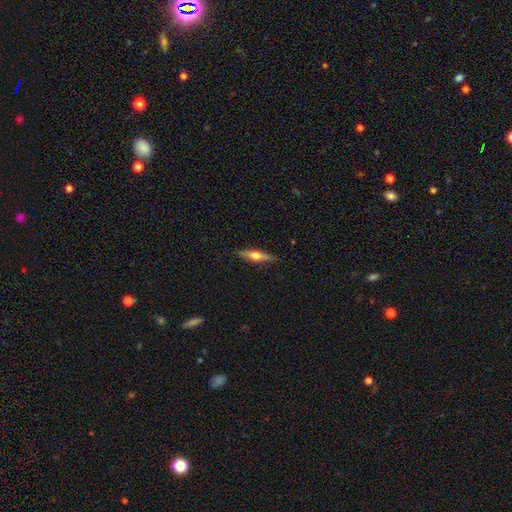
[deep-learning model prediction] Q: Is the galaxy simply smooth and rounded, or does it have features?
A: featured or disk — 55%.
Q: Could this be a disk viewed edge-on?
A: yes — 94%.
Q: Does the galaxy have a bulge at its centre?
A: rounded — 93%.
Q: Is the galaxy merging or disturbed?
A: none — 88%.